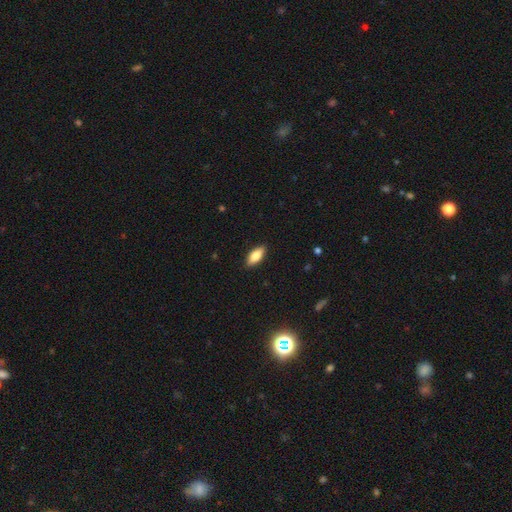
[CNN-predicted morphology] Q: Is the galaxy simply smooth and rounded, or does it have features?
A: smooth — 79%.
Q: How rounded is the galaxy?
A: in between — 79%.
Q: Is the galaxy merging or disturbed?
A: none — 89%.